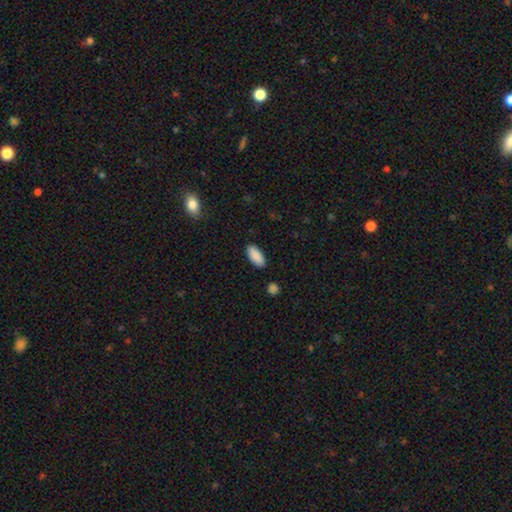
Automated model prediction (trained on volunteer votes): Q: Smooth or featured?
A: smooth (90%); runner-up: star or artifact (6%)
Q: How rounded?
A: in between (89%); runner-up: cigar-shaped (9%)
Q: Merging?
A: none (87%); runner-up: minor disturbance (9%)